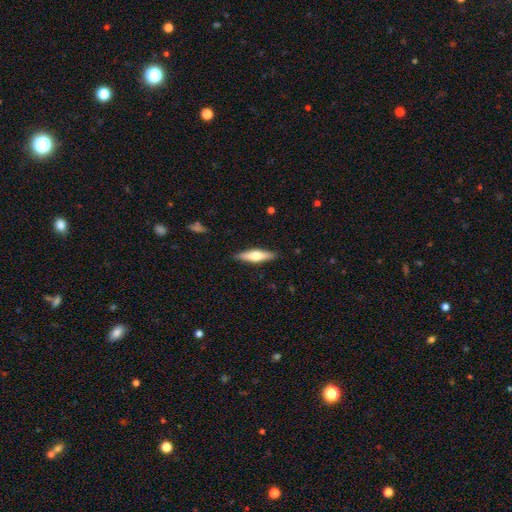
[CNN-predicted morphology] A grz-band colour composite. It shows a smooth galaxy with no disk features (50%) that is cigar-shaped (69%). Merging: none (89%).